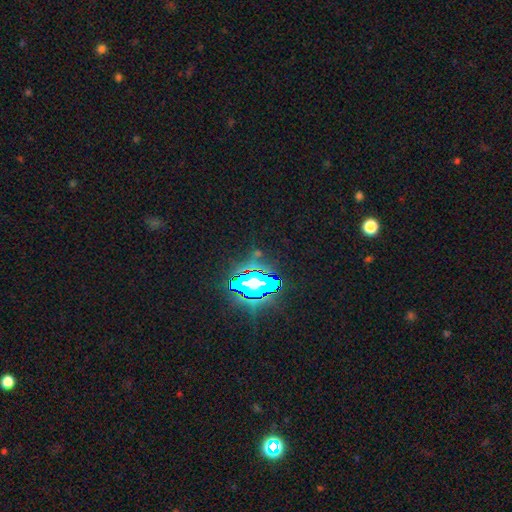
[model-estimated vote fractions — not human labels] Smooth or featured? Predicted: star or artifact (p=0.72).